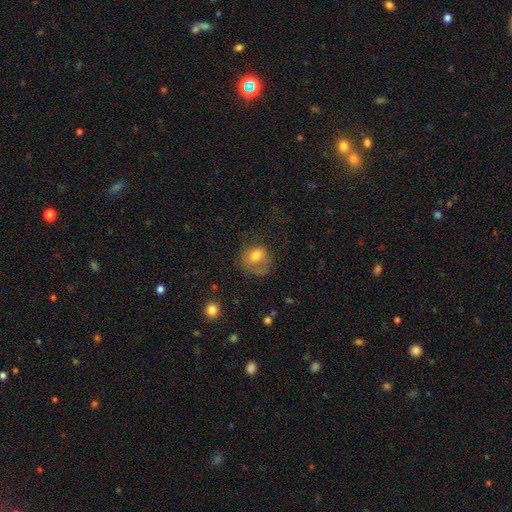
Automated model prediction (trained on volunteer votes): Smooth or featured?
  - smooth: 68% *
  - featured or disk: 23%
  - star or artifact: 9%
How rounded?
  - round: 60% *
  - in between: 39%
  - cigar-shaped: 1%
Merging?
  - none: 43% *
  - major disturbance: 29%
  - minor disturbance: 25%
  - merger: 2%